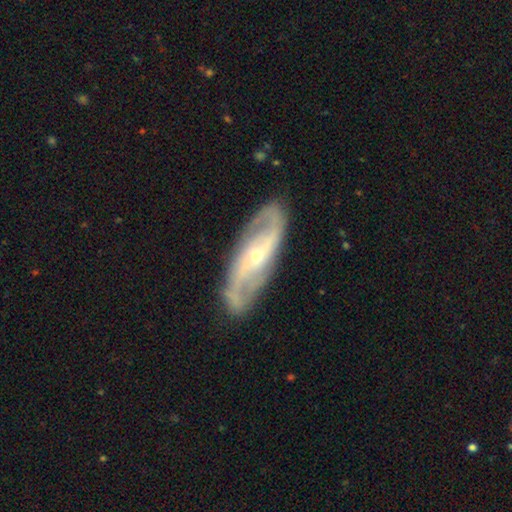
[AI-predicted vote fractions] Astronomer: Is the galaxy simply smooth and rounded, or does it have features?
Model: featured or disk — 86%.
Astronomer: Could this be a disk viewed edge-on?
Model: no — 90%.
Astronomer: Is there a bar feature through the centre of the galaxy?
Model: no — 50% (runner-up: weak, 31%).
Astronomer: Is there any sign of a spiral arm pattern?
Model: yes — 93%.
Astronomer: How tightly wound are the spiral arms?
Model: medium — 45% (runner-up: loose, 29%).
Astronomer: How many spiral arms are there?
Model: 2 — 86%.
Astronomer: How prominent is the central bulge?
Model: small — 67%.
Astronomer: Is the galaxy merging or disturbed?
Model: none — 83%.